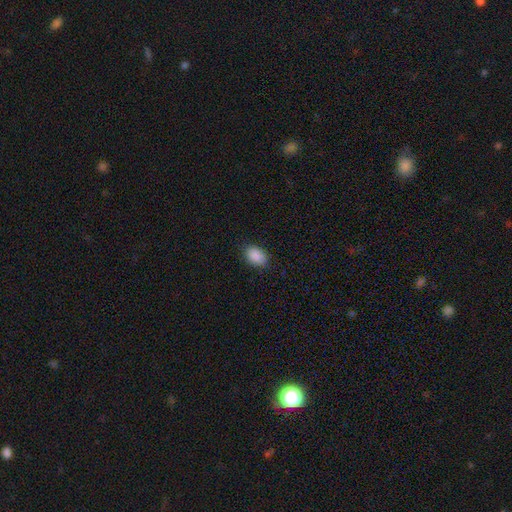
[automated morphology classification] smooth 89%, star or artifact 8%, featured or disk 3%. Down the decision tree: how rounded — in between (83%); merging — none (85%).